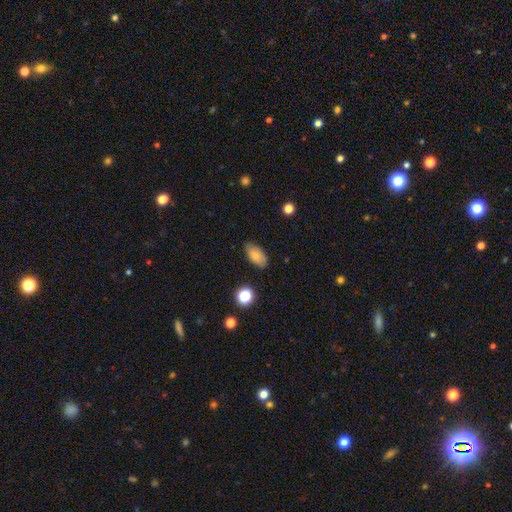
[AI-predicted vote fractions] Smooth or featured: smooth — 82% (featured or disk — 10%)
How rounded: in between — 92% (round — 4%)
Merging: none — 82% (minor disturbance — 13%)